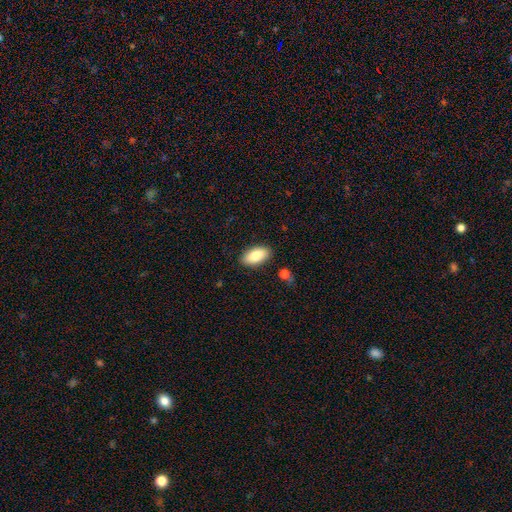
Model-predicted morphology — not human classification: Overall: smooth (81%). How rounded: in between (93%). Merging: none (87%).